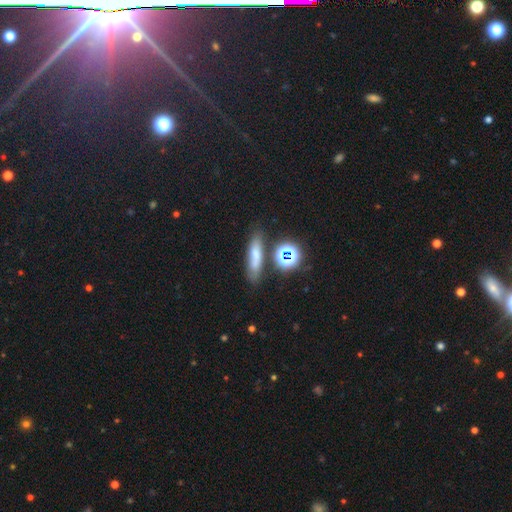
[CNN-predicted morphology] This is likely a smooth galaxy (64%). How rounded: possibly cigar-shaped (51%). Merging: likely none (68%).